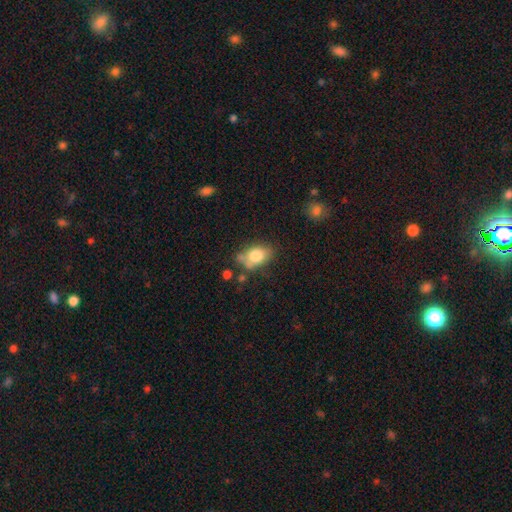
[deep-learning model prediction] smooth_or_featured: smooth (p=0.75) [alt: featured or disk p=0.17]
how_rounded: in between (p=0.83) [alt: round p=0.15]
merging: none (p=0.53) [alt: minor disturbance p=0.27]